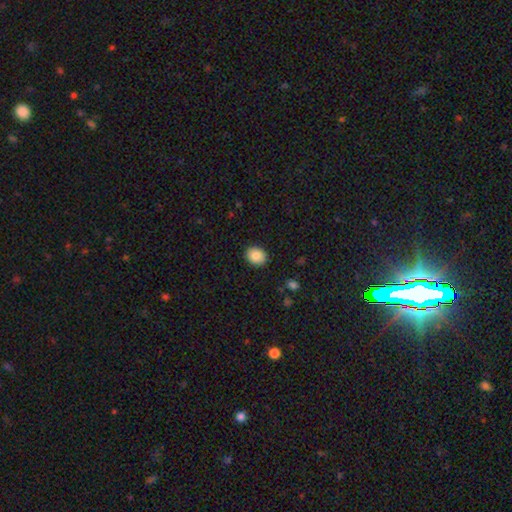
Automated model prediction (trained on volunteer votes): This appears to be a smooth galaxy with no disk features (85%) that is round (60%). Merging: none (89%).